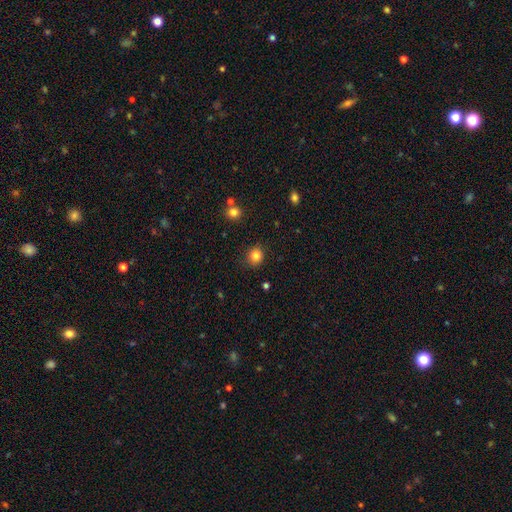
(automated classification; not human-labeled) smooth 83%, star or artifact 12%, featured or disk 5%. Down the decision tree: how rounded — round (85%); merging — none (87%).